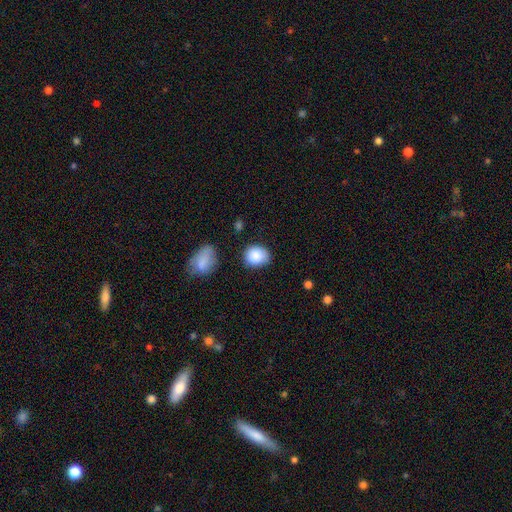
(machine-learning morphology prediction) The model was most divided on "how rounded": round: 61%, in between: 38%, cigar-shaped: 1%. More confident: smooth or featured — smooth (88%); merging — none (72%).